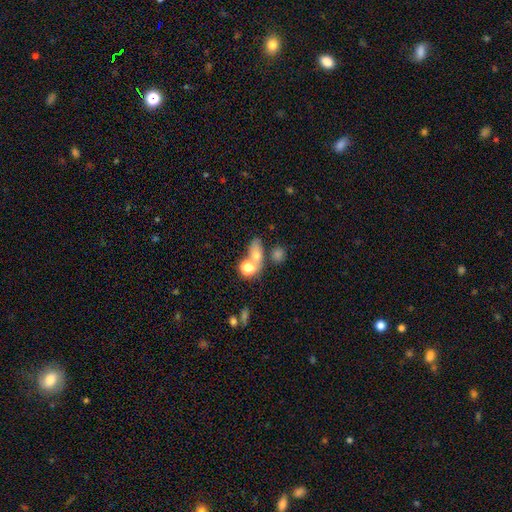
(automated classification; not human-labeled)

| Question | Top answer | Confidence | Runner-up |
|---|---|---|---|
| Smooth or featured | smooth | 68% | star or artifact (17%) |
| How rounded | in between | 54% | round (39%) |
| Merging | none | 43% | merger (38%) |